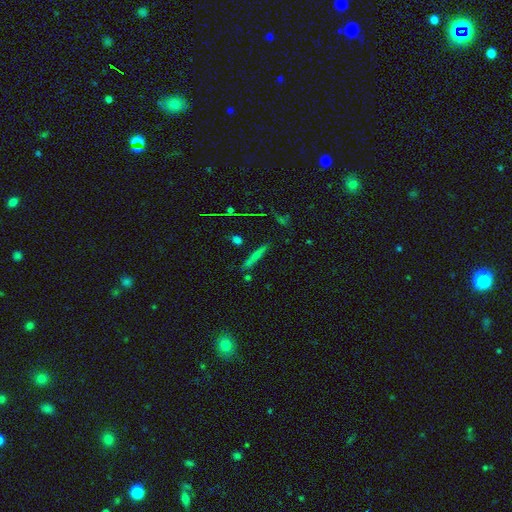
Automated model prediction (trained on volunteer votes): A smooth galaxy with no disk features (47%).

Vote fractions:
- Smooth or featured? smooth: 47% / featured or disk: 38% / star or artifact: 14%
- Merging? none: 79% / minor disturbance: 12% / merger: 5% / major disturbance: 3%